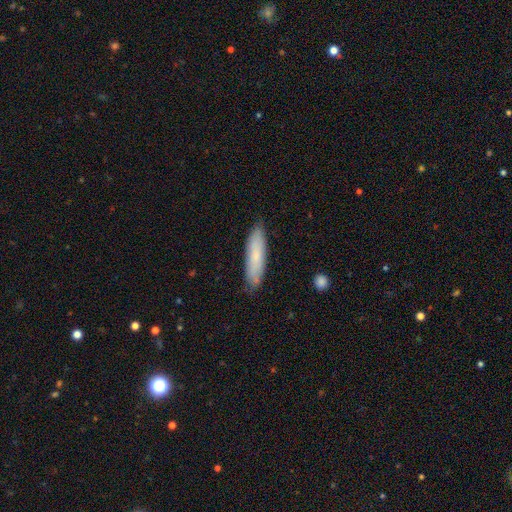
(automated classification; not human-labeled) A smooth galaxy with no disk features (75%) that is cigar-shaped (73%).

Vote fractions:
- Smooth or featured? smooth: 75% / featured or disk: 19% / star or artifact: 6%
- How rounded? cigar-shaped: 73% / in between: 26% / round: 1%
- Merging? none: 83% / minor disturbance: 13% / major disturbance: 2% / merger: 1%